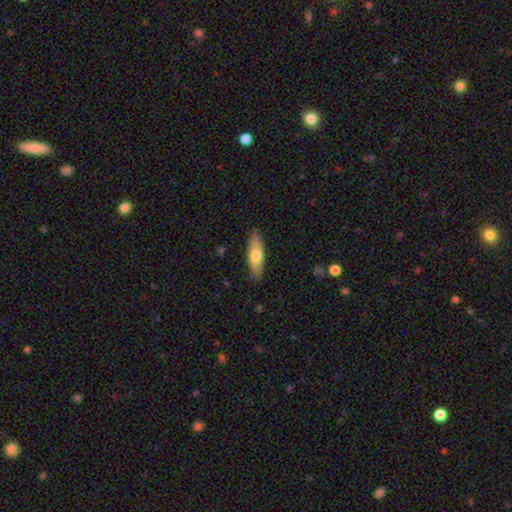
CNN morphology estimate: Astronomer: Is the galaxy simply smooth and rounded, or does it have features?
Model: smooth — 66%.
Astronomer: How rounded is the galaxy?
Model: cigar-shaped — 50% (runner-up: in between, 48%).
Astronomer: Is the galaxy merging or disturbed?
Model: none — 87%.